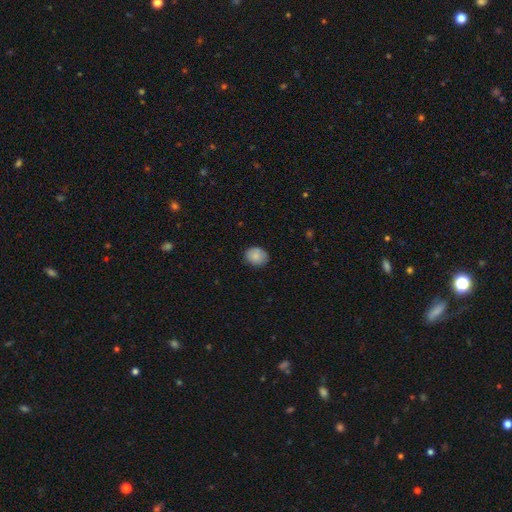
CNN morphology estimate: A smooth galaxy with no disk features (86%) that is round (59%). Merging: none (85%).